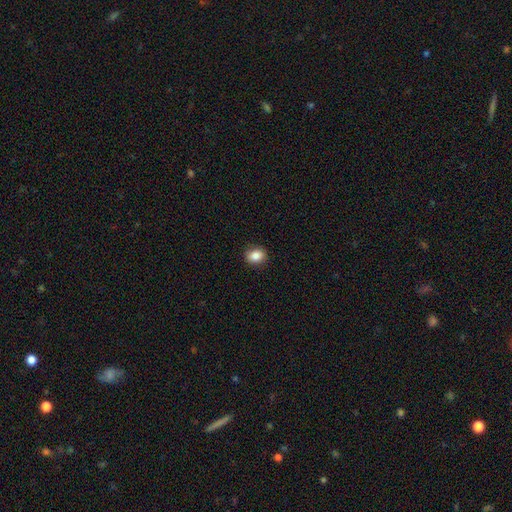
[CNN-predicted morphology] This appears to be a smooth galaxy with no disk features (86%) that is in between round and cigar-shaped (51%). Merging: none (89%).